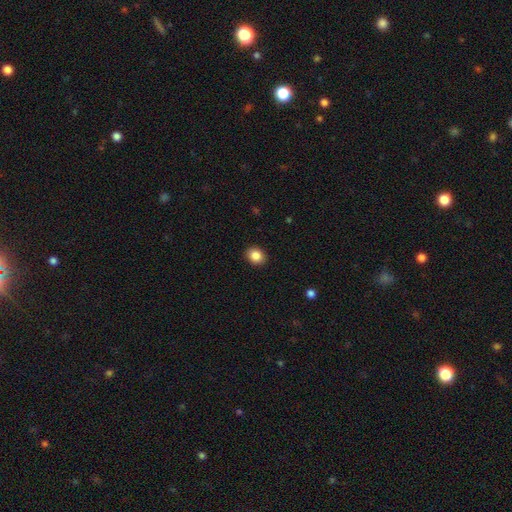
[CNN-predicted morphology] Q: Smooth or featured?
A: smooth (86%); runner-up: star or artifact (9%)
Q: How rounded?
A: round (60%); runner-up: in between (39%)
Q: Merging?
A: none (91%); runner-up: minor disturbance (6%)